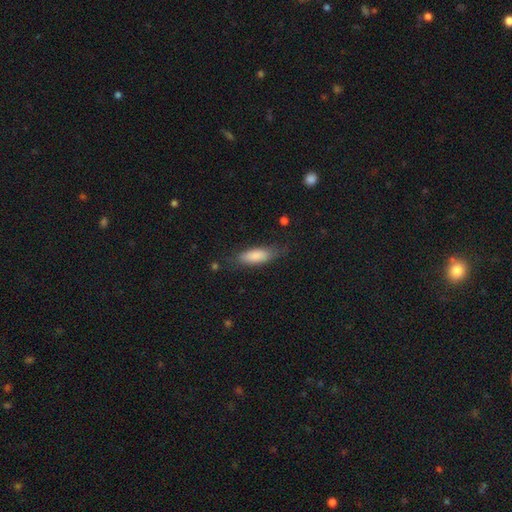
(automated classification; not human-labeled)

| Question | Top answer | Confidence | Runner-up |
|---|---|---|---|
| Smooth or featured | smooth | 85% | featured or disk (9%) |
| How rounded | in between | 69% | cigar-shaped (29%) |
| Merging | none | 74% | minor disturbance (19%) |